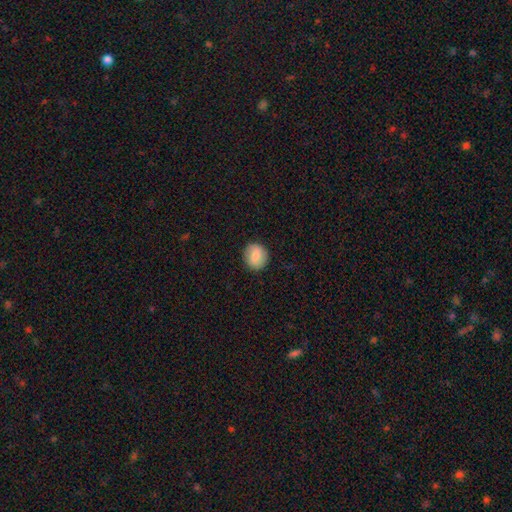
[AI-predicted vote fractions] smooth 79%, featured or disk 14%, star or artifact 7%. Down the decision tree: how rounded — round (82%); merging — none (88%).